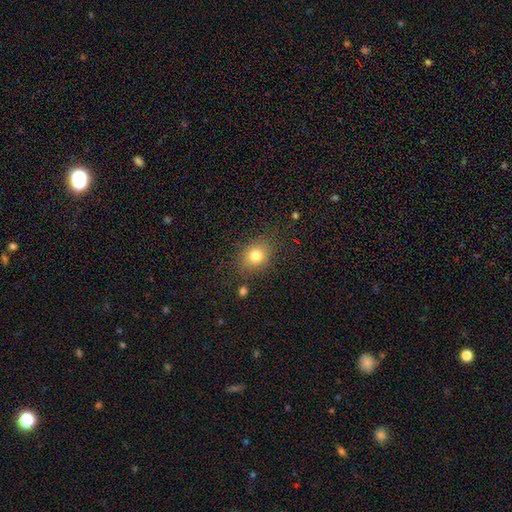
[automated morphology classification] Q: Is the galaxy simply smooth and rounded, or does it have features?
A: smooth — 78%.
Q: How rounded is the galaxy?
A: round — 57%.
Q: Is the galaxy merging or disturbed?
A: none — 82%.